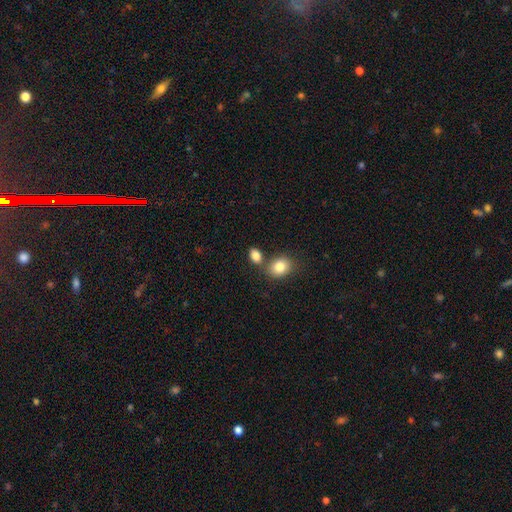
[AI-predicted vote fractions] Smooth or featured? smooth (85%)
How rounded? in between (75%)
Merging? none (56%)